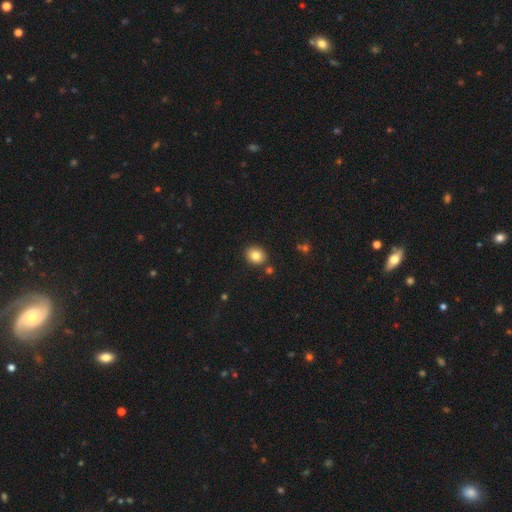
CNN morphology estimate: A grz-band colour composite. It shows a smooth galaxy with no disk features (82%) that is round (62%). Merging: none (84%).